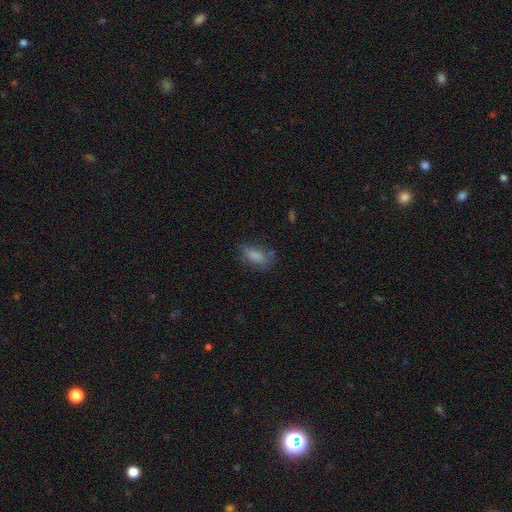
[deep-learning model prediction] Overall: smooth (80%). How rounded: in between (77%). Merging: none (63%).